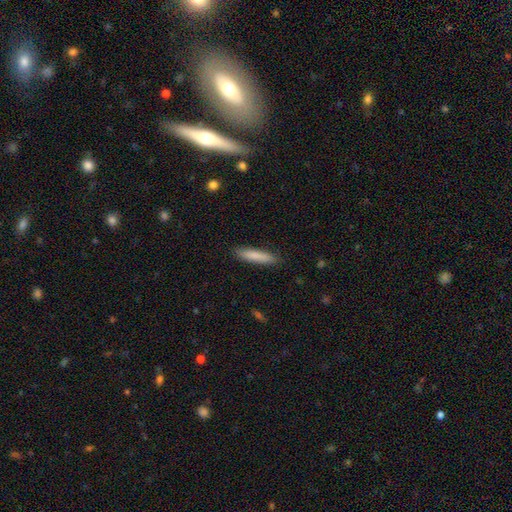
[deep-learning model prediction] A smooth galaxy with no disk features (82%) that is cigar-shaped (89%). Merging: none (88%).